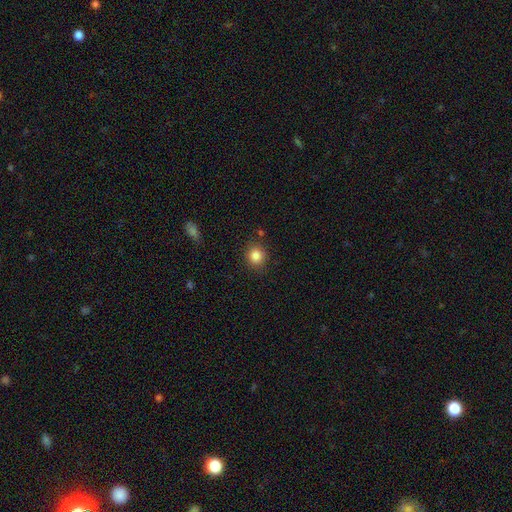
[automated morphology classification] Smooth or featured? smooth (84%)
How rounded? round (87%)
Merging? none (86%)